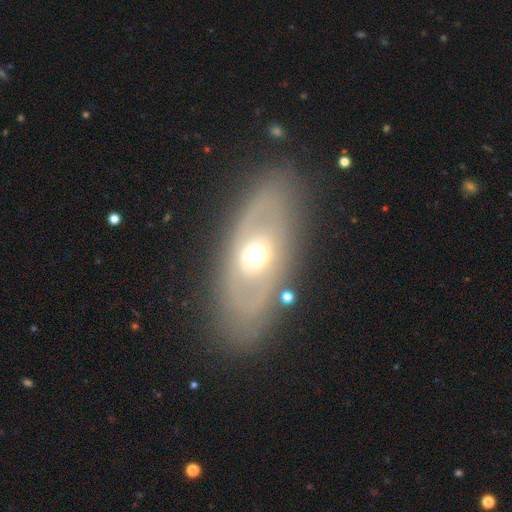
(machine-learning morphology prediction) Smooth or featured?
  - featured or disk: 65% *
  - smooth: 28%
  - star or artifact: 7%
Edge-on disk?
  - no: 84% *
  - yes: 16%
Bar?
  - no: 73% *
  - weak: 20%
  - strong: 7%
Spiral arms?
  - no: 67% *
  - yes: 33%
Bulge size?
  - moderate: 69% *
  - small: 18%
  - large: 10%
  - dominant: 1%
  - none: 1%
Merging?
  - none: 83% *
  - minor disturbance: 10%
  - major disturbance: 5%
  - merger: 2%